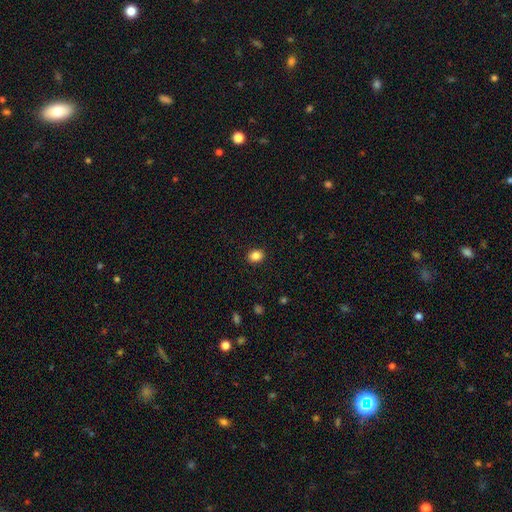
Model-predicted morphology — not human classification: The model was most divided on "how rounded": round: 51%, in between: 48%, cigar-shaped: 1%. More confident: merging — none (91%); smooth or featured — smooth (85%).